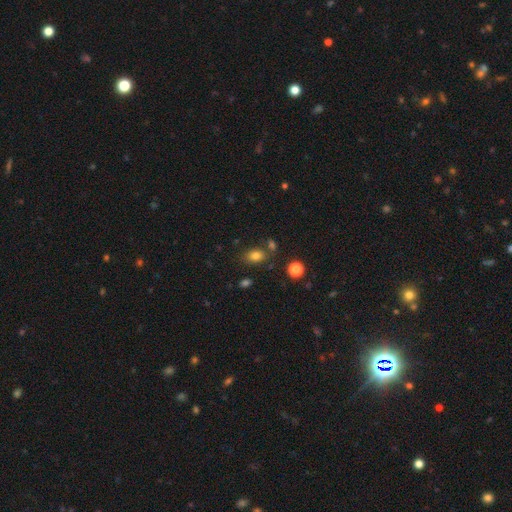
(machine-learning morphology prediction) A smooth galaxy with no disk features (80%) that is in between round and cigar-shaped (77%).

Vote fractions:
- Smooth or featured? smooth: 80% / star or artifact: 12% / featured or disk: 7%
- How rounded? in between: 77% / round: 21% / cigar-shaped: 1%
- Merging? none: 71% / minor disturbance: 13% / merger: 11% / major disturbance: 4%